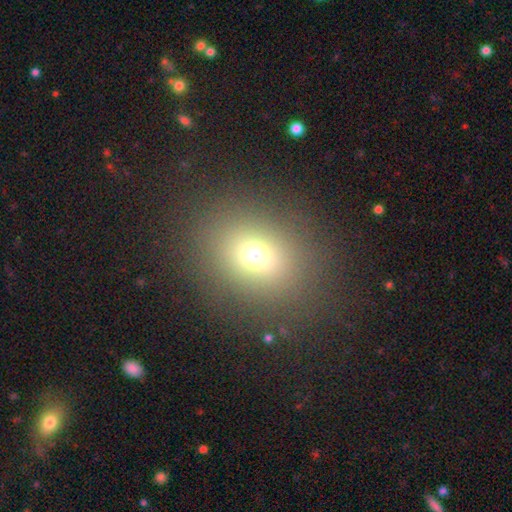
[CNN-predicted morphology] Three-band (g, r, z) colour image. It shows a smooth galaxy with no disk features (69%) that is round (64%). Merging: none (86%).